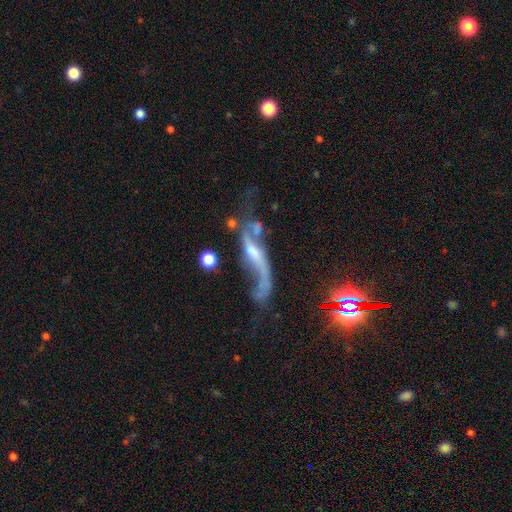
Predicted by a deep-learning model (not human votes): A featured or disk galaxy (75%) with no bar (46%), spiral arms (82%) and a small central bulge (44%). Merging: major disturbance (32%).